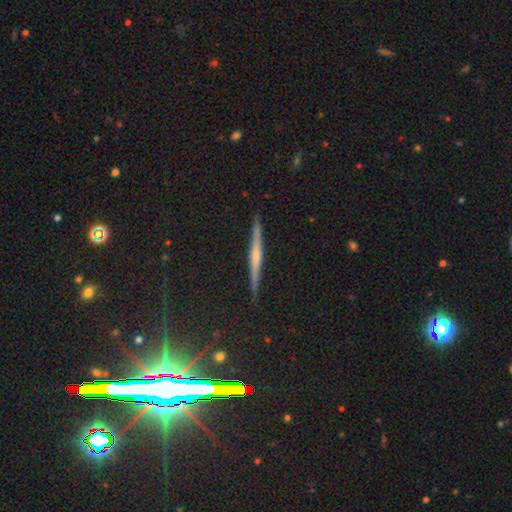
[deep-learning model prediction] The model was most divided on "edge-on bulge" (2-way tie): none: 44%, rounded: 44%, boxy: 13%. More confident: edge-on disk — yes (97%); merging — none (90%); smooth or featured — featured or disk (57%).